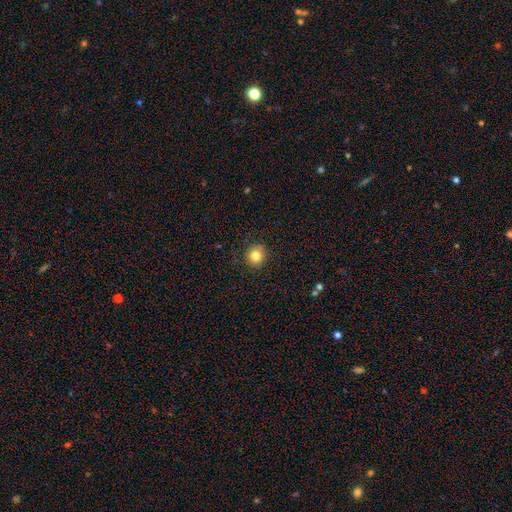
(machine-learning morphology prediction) The model was most divided on "smooth or featured": smooth: 81%, star or artifact: 12%, featured or disk: 7%. More confident: how rounded — round (91%); merging — none (88%).